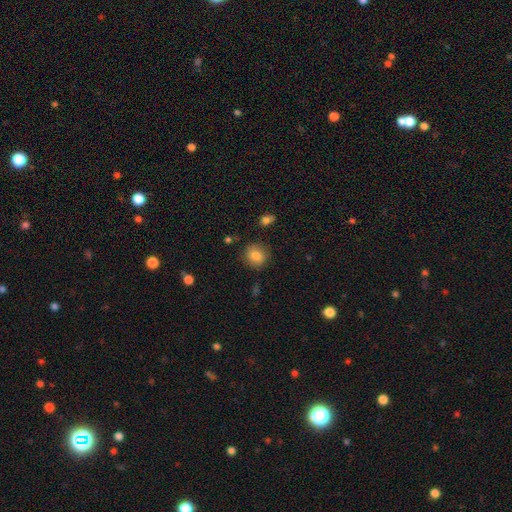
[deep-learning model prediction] Morphology: type=smooth (82%); roundness=round (81%); merging=none (85%).